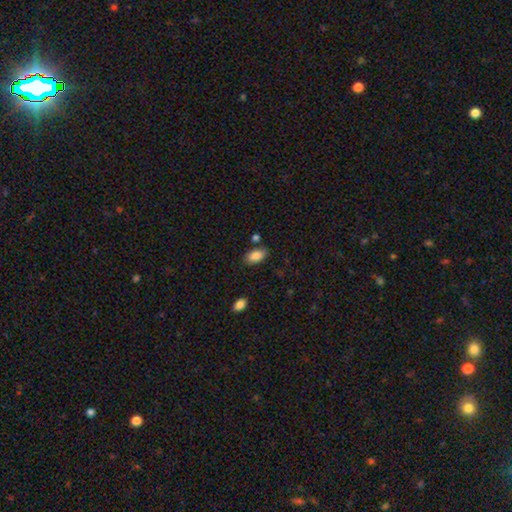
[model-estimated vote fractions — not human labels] Smooth or featured? smooth (87%)
How rounded? in between (93%)
Merging? none (77%)